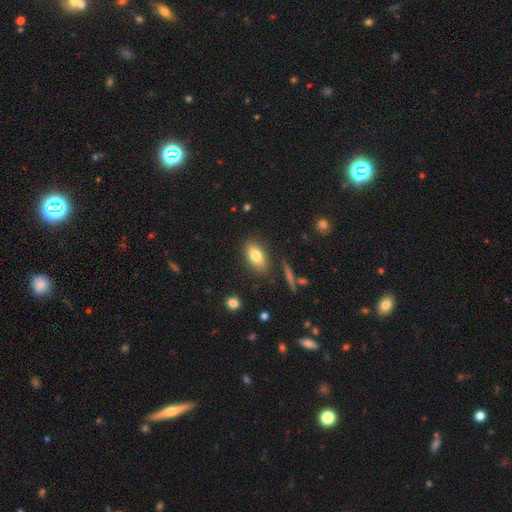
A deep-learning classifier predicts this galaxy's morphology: Smooth or featured?
  - smooth: 78% *
  - featured or disk: 14%
  - star or artifact: 8%
How rounded?
  - in between: 87% *
  - cigar-shaped: 7%
  - round: 6%
Merging?
  - none: 83% *
  - minor disturbance: 11%
  - major disturbance: 3%
  - merger: 3%